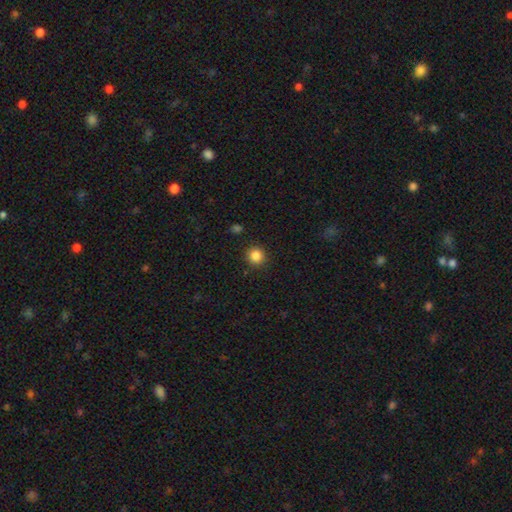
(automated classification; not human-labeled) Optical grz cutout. It shows a smooth galaxy with no disk features (85%) that is round (93%). Merging: none (90%).